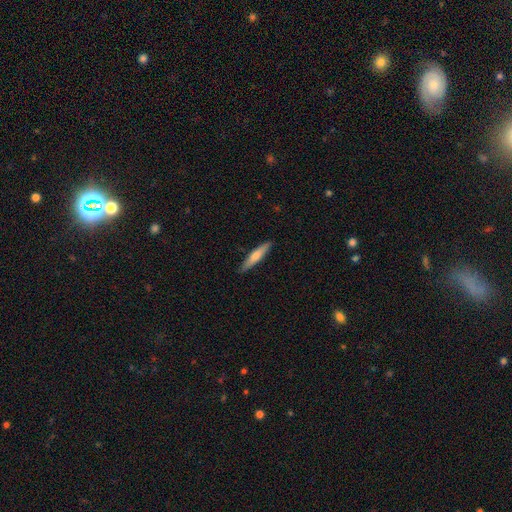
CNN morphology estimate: This appears to be a smooth galaxy with no disk features (60%) that is cigar-shaped (90%). Merging: none (90%).